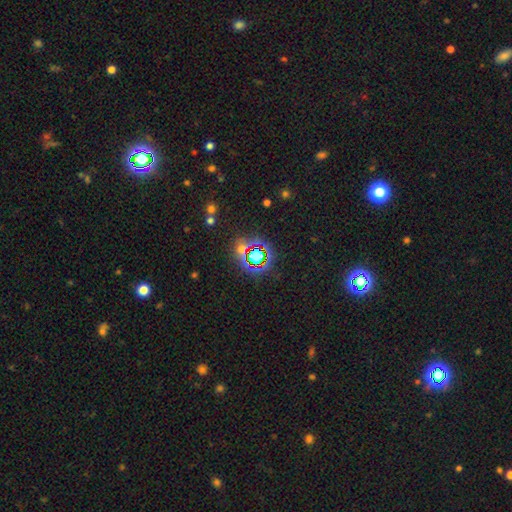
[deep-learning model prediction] Smooth or featured? Predicted: star or artifact (p=0.66).